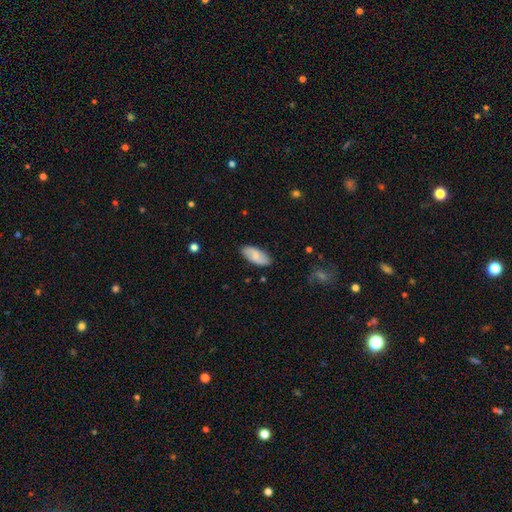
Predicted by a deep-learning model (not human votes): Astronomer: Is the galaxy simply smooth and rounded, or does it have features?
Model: smooth — 57% (runner-up: featured or disk, 37%).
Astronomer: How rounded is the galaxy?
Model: in between — 88%.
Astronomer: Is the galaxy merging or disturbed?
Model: none — 83%.